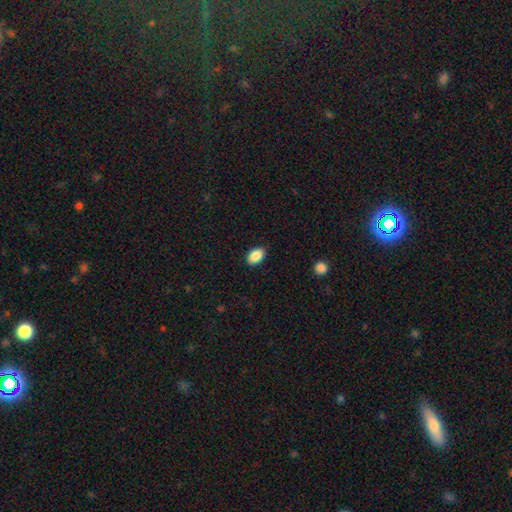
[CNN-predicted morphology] This appears to be a smooth galaxy with no disk features (89%) that is in between round and cigar-shaped (90%). Merging: none (87%).